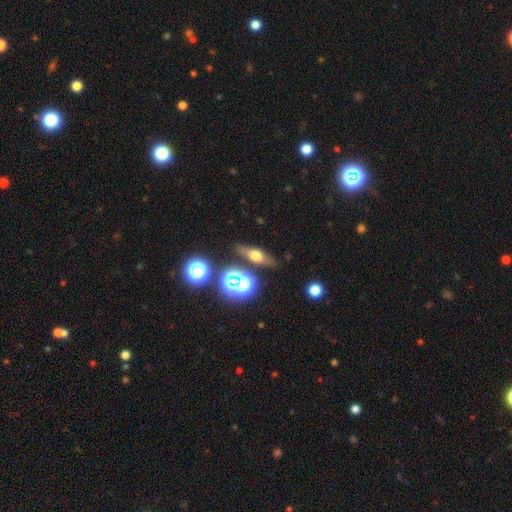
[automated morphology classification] smooth_or_featured: featured or disk (p=0.42) [alt: smooth p=0.41]
merging: none (p=0.80) [alt: minor disturbance p=0.11]